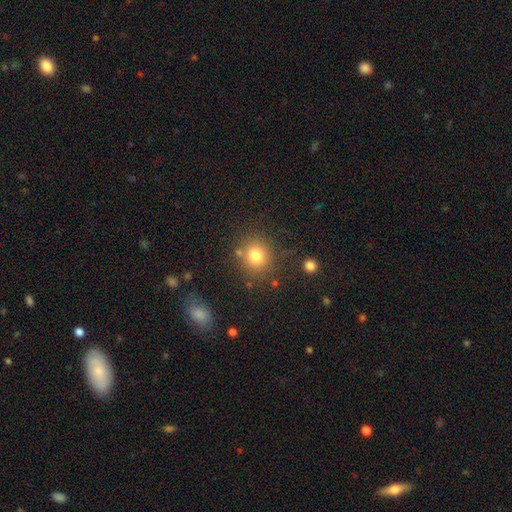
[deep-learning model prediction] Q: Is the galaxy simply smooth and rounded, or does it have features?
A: smooth — 79%.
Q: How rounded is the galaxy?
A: round — 86%.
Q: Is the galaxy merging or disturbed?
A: none — 80%.